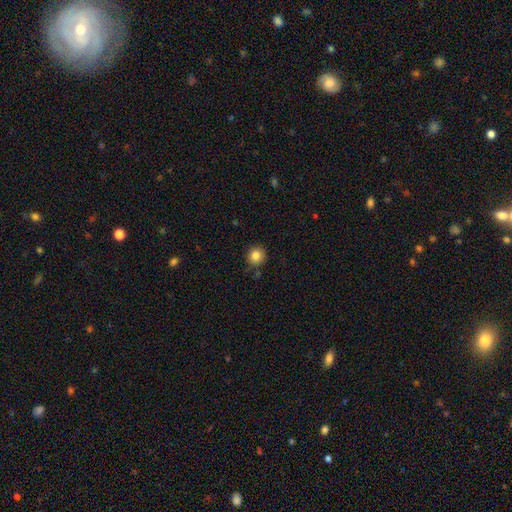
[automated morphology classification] A smooth galaxy with no disk features (84%) that is round (92%). Merging: none (85%).